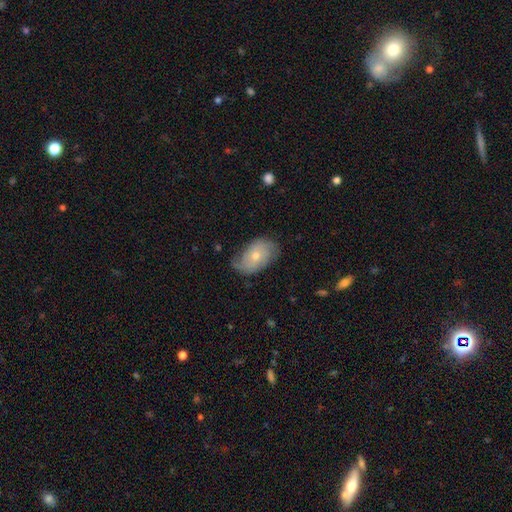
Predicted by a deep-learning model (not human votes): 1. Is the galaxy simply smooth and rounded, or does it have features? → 49% featured or disk, 43% smooth, 7% star or artifact.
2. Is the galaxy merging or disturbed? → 60% none, 29% minor disturbance, 10% major disturbance, 1% merger.